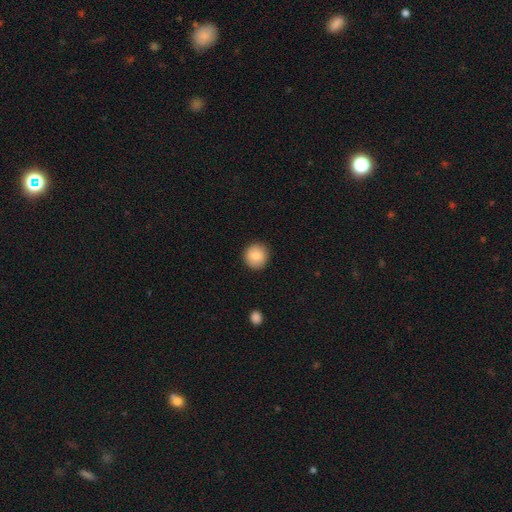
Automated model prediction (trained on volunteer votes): smooth-or-featured: smooth: 84% | star or artifact: 8% | featured or disk: 8%
  how-rounded: round: 93% | in between: 6% | cigar-shaped: 1%
  merging: none: 91% | minor disturbance: 6% | major disturbance: 2% | merger: 1%